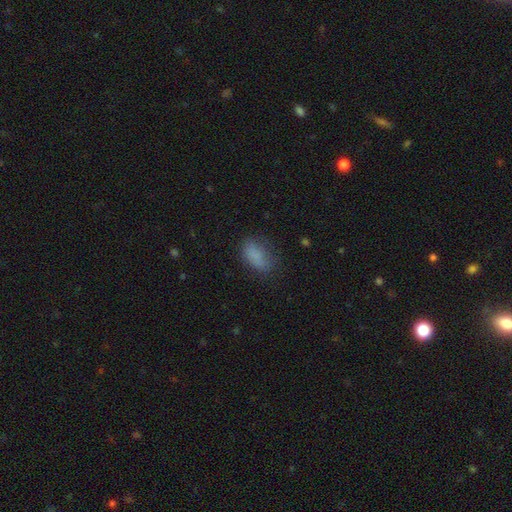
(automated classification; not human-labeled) This is clearly a smooth galaxy (81%). How rounded: clearly in between (88%). Merging: likely none (62%).